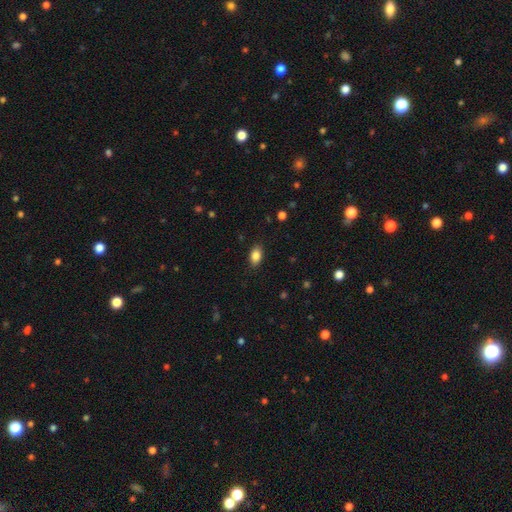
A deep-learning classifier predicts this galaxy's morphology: A smooth galaxy with no disk features (86%) that is in between round and cigar-shaped (88%). Merging: none (87%).